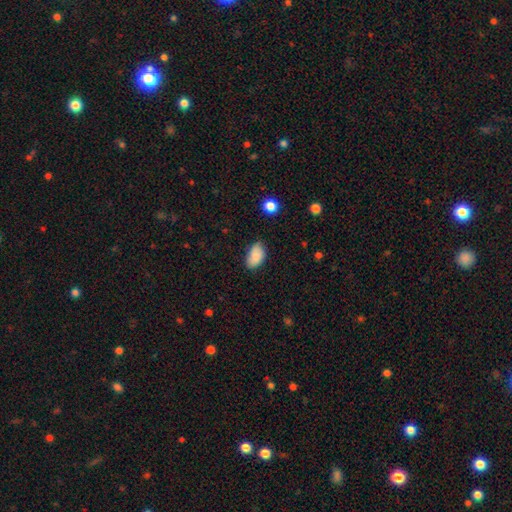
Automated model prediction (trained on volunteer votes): Q: Smooth or featured?
A: smooth (85%); runner-up: star or artifact (8%)
Q: How rounded?
A: in between (92%); runner-up: round (7%)
Q: Merging?
A: none (74%); runner-up: minor disturbance (21%)